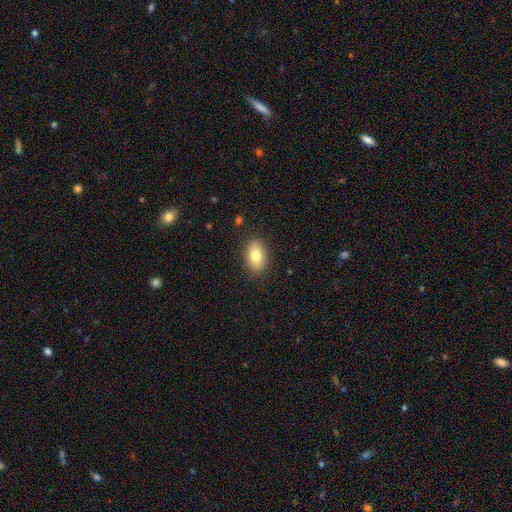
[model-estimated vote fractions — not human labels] smooth_or_featured: smooth (p=0.79) [alt: featured or disk p=0.13]
how_rounded: in between (p=0.88) [alt: round p=0.11]
merging: none (p=0.87) [alt: minor disturbance p=0.10]